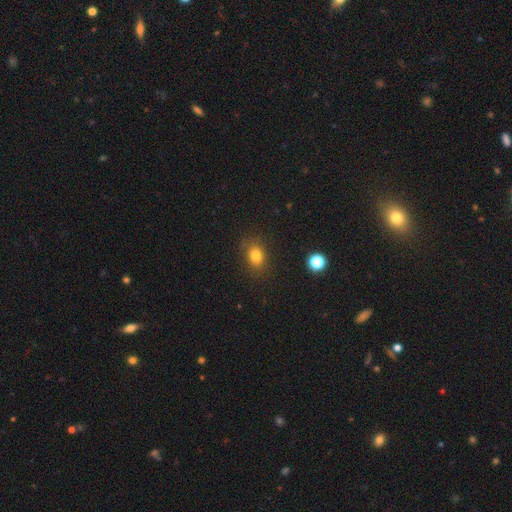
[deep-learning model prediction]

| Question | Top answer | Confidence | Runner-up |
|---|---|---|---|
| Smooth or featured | smooth | 80% | star or artifact (13%) |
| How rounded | in between | 59% | round (40%) |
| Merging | none | 82% | minor disturbance (12%) |